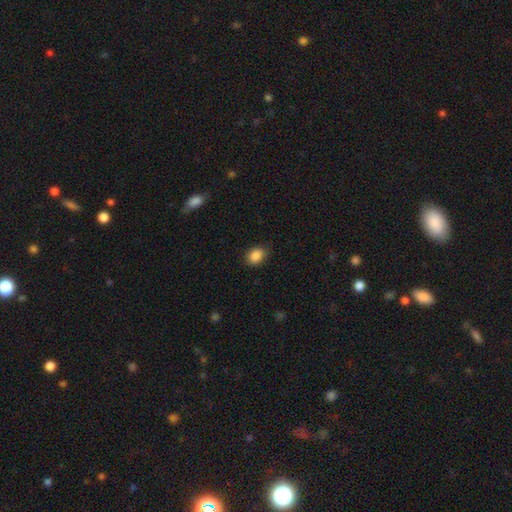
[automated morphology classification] smooth 87%, star or artifact 9%, featured or disk 4%. Down the decision tree: how rounded — in between (64%); merging — none (81%).